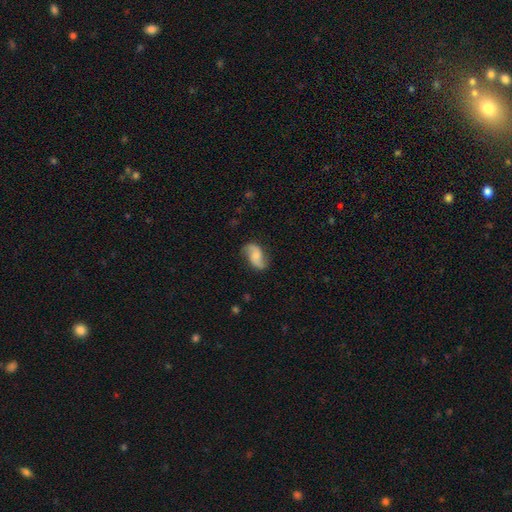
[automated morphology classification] Smooth or featured? Predicted: featured or disk (p=0.62). Edge-on disk? Predicted: no (p=0.96). Bar? Predicted: no (p=0.58). Spiral arms? Predicted: yes (p=0.93). Spiral winding? Predicted: loose (p=0.67). Spiral arm count? Predicted: 2 (p=0.91). Bulge size? Predicted: small (p=0.34). Merging? Predicted: none (p=0.74).